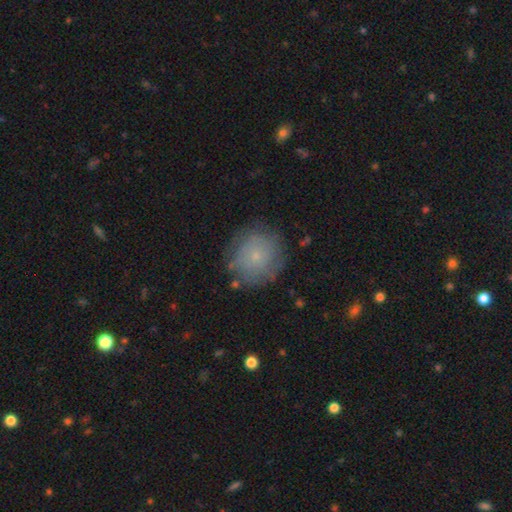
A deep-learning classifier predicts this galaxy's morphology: A smooth galaxy with no disk features (64%) that is round (90%). Merging: none (77%).